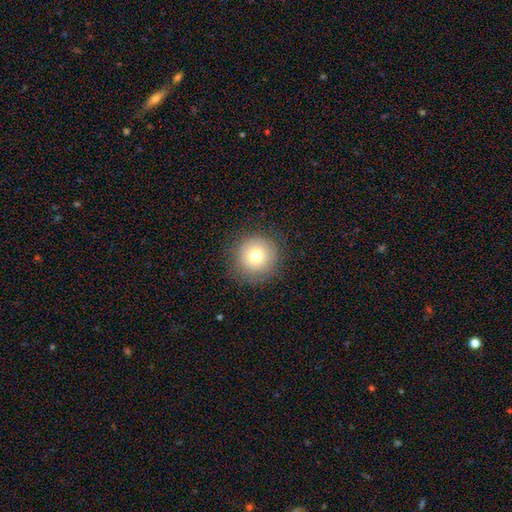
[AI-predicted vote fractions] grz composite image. It shows a smooth galaxy with no disk features (74%) that is round (95%). Merging: none (85%).